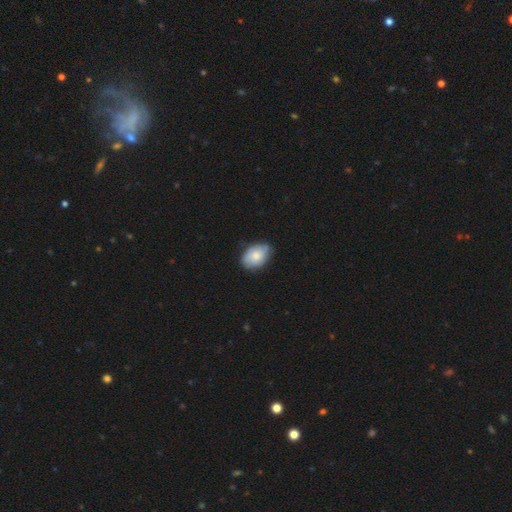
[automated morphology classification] Smooth or featured? smooth (73%)
How rounded? in between (84%)
Merging? none (72%)